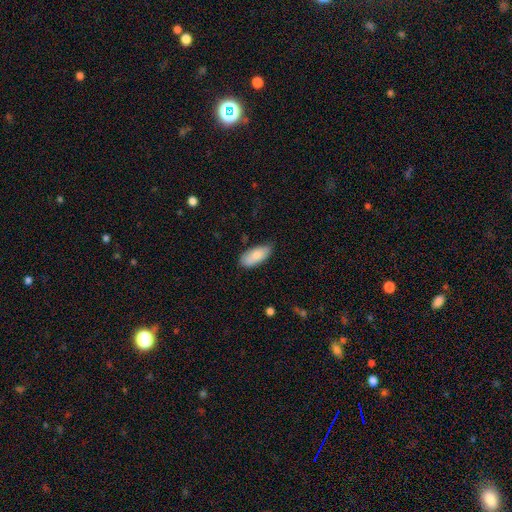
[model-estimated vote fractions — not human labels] Overall: smooth (84%). How rounded: in between (88%). Merging: none (72%).